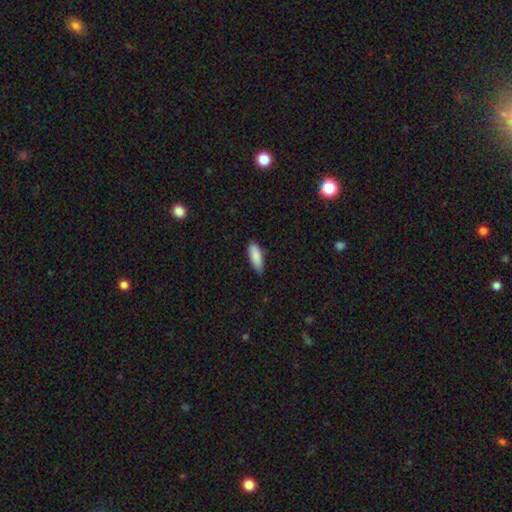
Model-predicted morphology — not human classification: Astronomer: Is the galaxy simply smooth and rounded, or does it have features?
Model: smooth — 88%.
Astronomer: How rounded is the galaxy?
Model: in between — 68%.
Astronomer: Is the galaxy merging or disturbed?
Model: none — 80%.